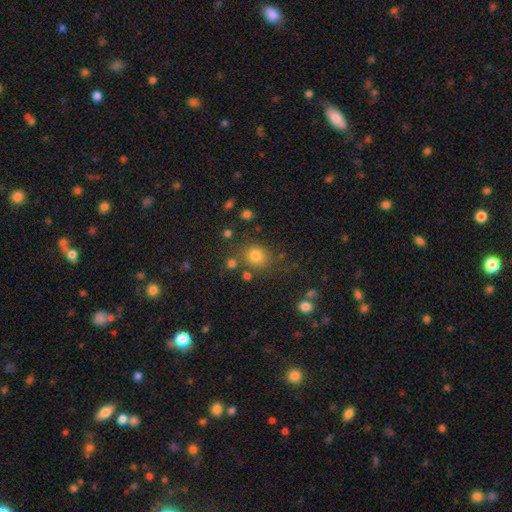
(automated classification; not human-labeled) This appears to be a smooth galaxy with no disk features (78%) that is round (82%). Merging: none (75%).